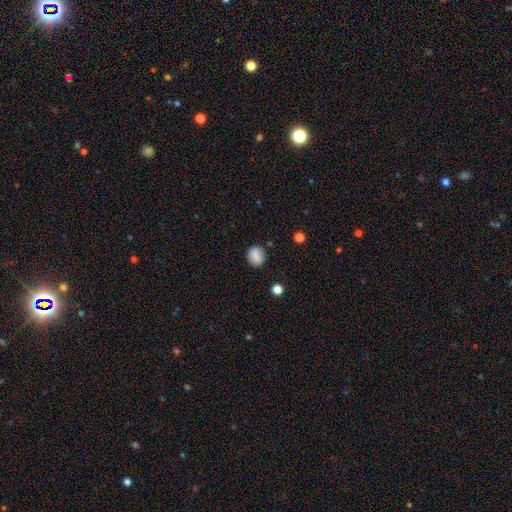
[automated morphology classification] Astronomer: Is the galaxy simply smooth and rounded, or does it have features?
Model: smooth — 81%.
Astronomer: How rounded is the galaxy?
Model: round — 63%.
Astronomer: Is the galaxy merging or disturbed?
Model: none — 79%.